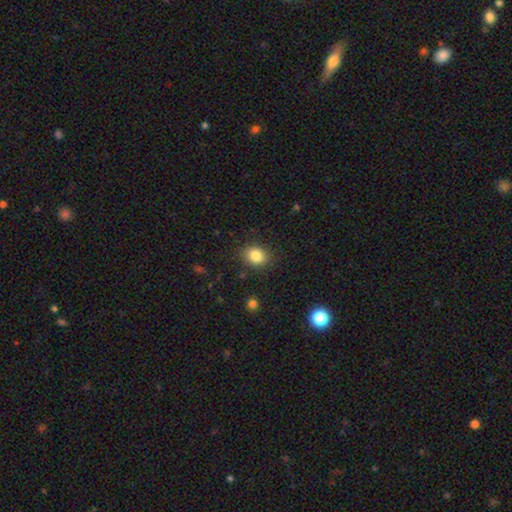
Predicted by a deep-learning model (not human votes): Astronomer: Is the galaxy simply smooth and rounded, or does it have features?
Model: smooth — 84%.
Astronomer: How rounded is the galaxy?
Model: in between — 50% (runner-up: round, 49%).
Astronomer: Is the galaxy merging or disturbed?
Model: none — 85%.